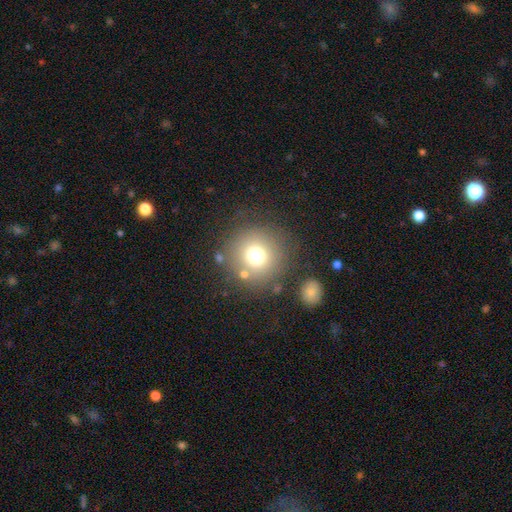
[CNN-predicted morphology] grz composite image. It shows a smooth galaxy with no disk features (73%) that is round (94%). Merging: none (78%).